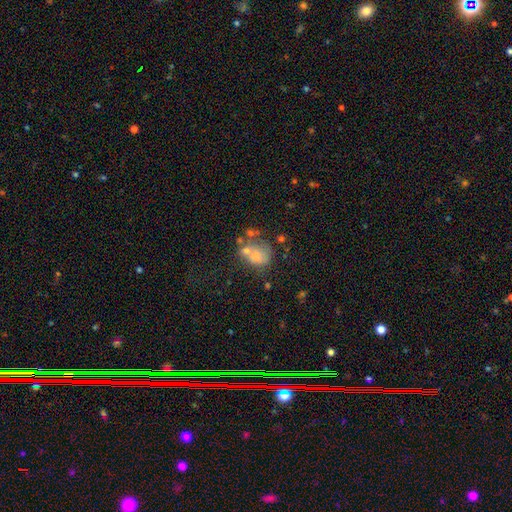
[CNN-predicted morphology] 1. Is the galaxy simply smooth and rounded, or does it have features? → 53% smooth, 32% featured or disk, 16% star or artifact.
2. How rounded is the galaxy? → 56% round, 43% in between, 1% cigar-shaped.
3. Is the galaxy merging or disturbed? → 38% none, 28% merger, 19% minor disturbance, 15% major disturbance.